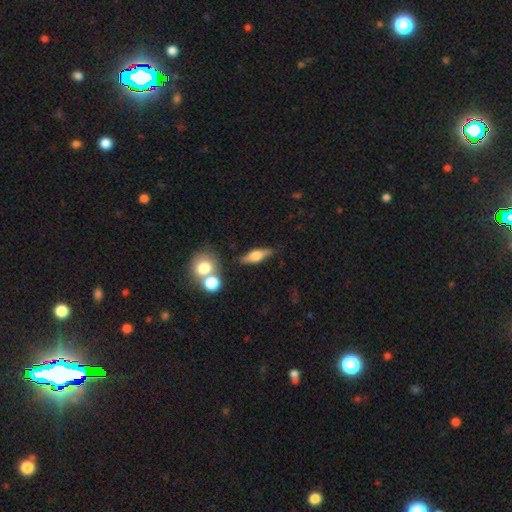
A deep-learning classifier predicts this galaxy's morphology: This appears to be a featured or disk galaxy (53%) viewed edge-on (90%). Merging: none (78%).